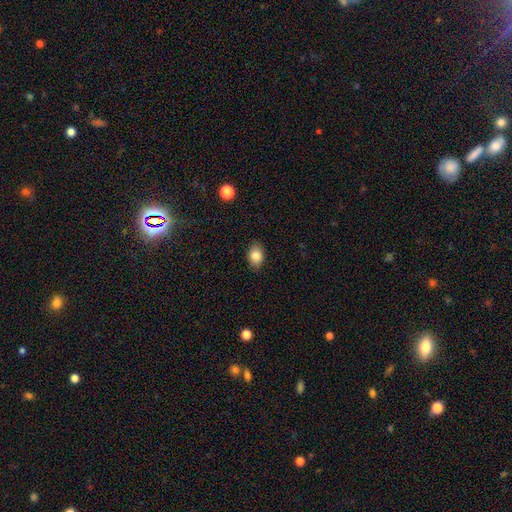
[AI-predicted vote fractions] A smooth galaxy with no disk features (85%) that is in between round and cigar-shaped (78%). Merging: none (86%).